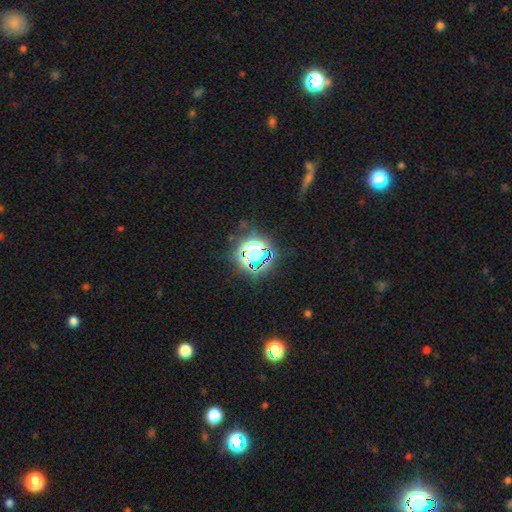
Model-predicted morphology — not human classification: Smooth or featured? Predicted: star or artifact (p=0.66).